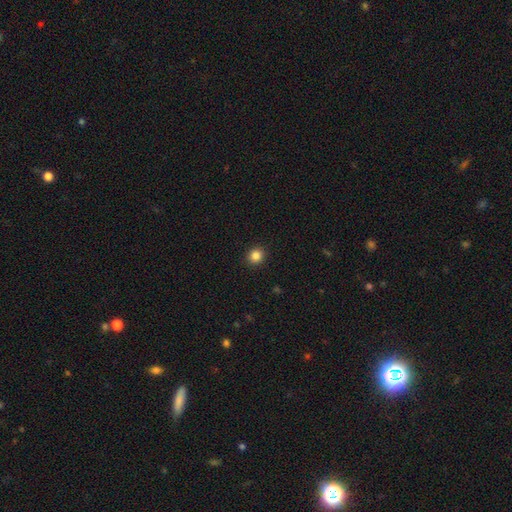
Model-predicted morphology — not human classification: Q: Smooth or featured?
A: smooth (86%); runner-up: star or artifact (11%)
Q: How rounded?
A: round (88%); runner-up: in between (11%)
Q: Merging?
A: none (92%); runner-up: minor disturbance (5%)